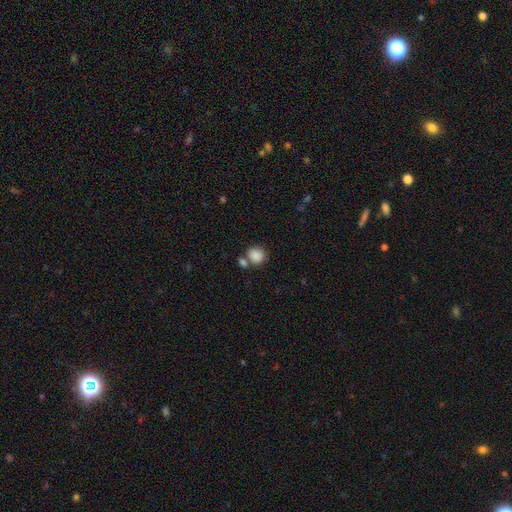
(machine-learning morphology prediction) A smooth galaxy with no disk features (86%) that is round (78%). Merging: none (56%).